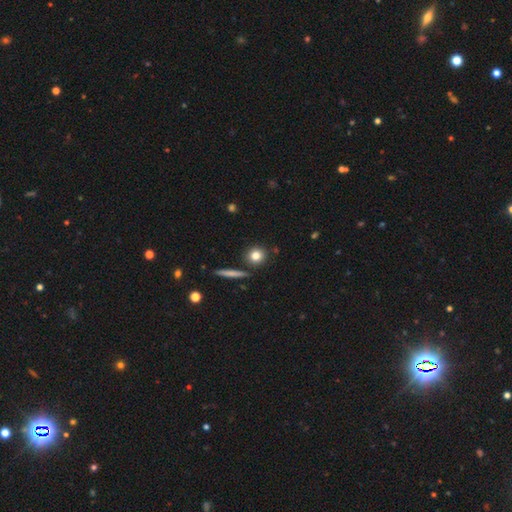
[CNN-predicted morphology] The model was most divided on "smooth or featured": smooth: 81%, star or artifact: 10%, featured or disk: 9%. More confident: how rounded — round (87%); merging — none (84%).